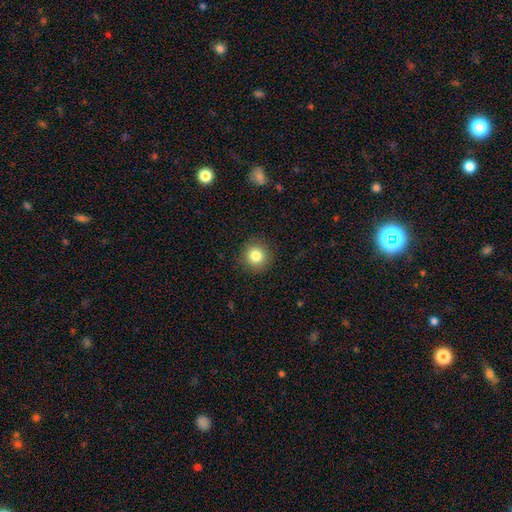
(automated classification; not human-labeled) Smooth or featured?
  - smooth: 83% *
  - star or artifact: 10%
  - featured or disk: 7%
How rounded?
  - round: 94% *
  - in between: 5%
  - cigar-shaped: 1%
Merging?
  - none: 91% *
  - minor disturbance: 6%
  - major disturbance: 2%
  - merger: 1%